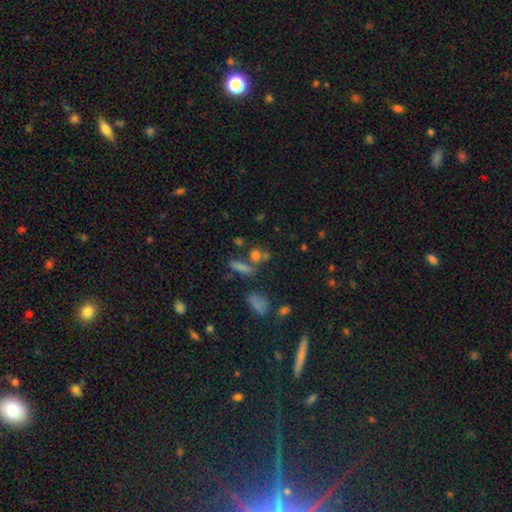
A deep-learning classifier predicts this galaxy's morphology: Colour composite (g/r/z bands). It shows a smooth galaxy with no disk features (70%) that is round (53%). Merging: none (56%).